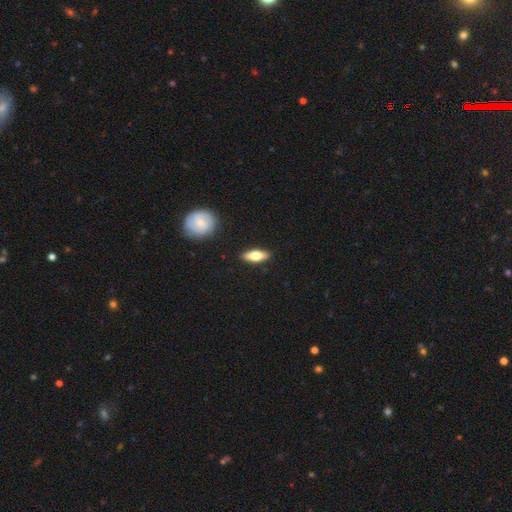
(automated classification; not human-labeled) The model was most divided on "smooth or featured": smooth: 64%, featured or disk: 30%, star or artifact: 6%. More confident: merging — none (89%); how rounded — in between (65%).